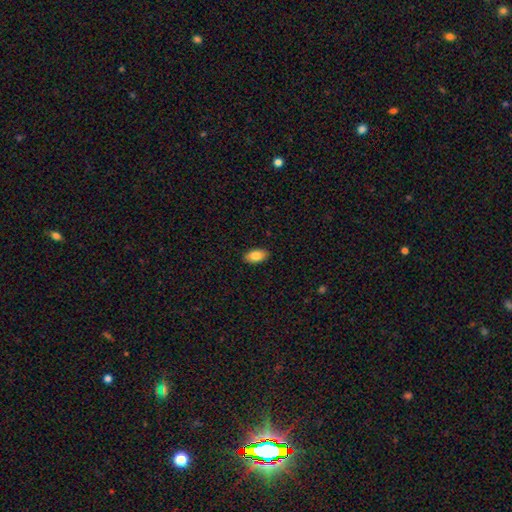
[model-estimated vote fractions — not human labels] Q: Smooth or featured?
A: smooth (86%); runner-up: star or artifact (7%)
Q: How rounded?
A: in between (93%); runner-up: round (4%)
Q: Merging?
A: none (89%); runner-up: minor disturbance (8%)